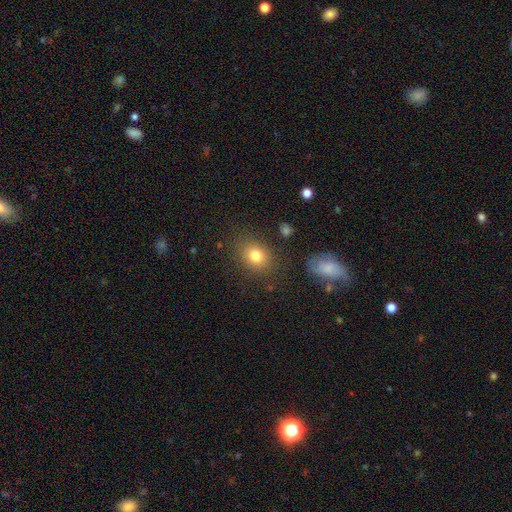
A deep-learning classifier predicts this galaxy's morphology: Overall: smooth (79%). How rounded: round (50%; in between 49%). Merging: none (82%).